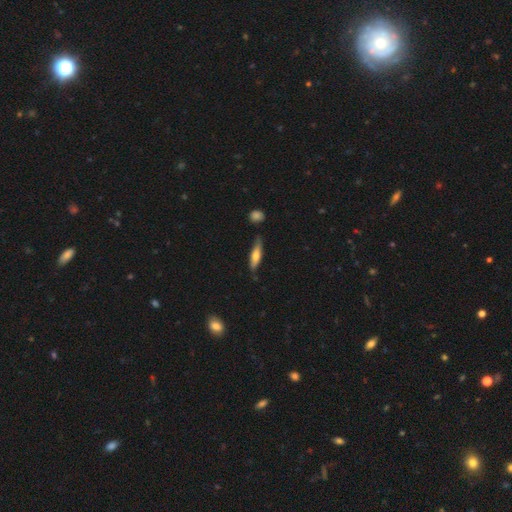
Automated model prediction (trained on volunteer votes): A smooth galaxy with no disk features (57%) that is cigar-shaped (71%).

Vote fractions:
- Smooth or featured? smooth: 57% / featured or disk: 37% / star or artifact: 6%
- How rounded? cigar-shaped: 71% / in between: 27% / round: 2%
- Merging? none: 77% / minor disturbance: 17% / major disturbance: 3% / merger: 3%